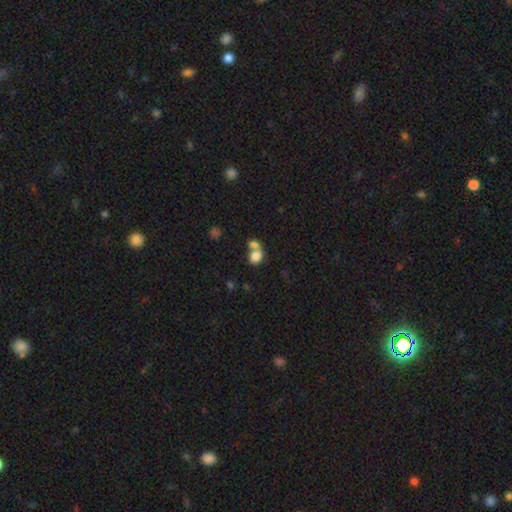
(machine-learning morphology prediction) This is clearly a smooth galaxy (80%). How rounded: possibly round (50%). Merging: possibly merger (57%).